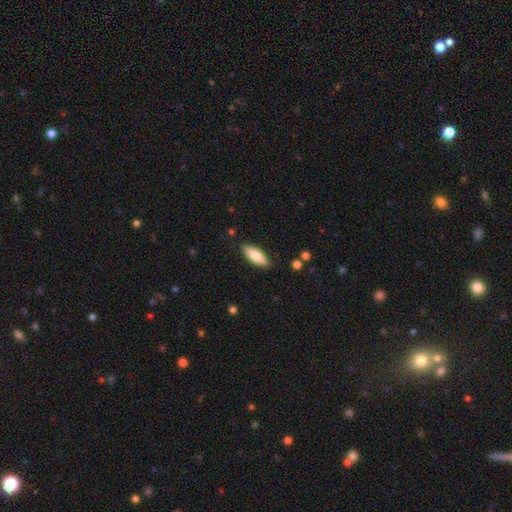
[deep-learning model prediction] Morphology: type=smooth (77%); roundness=in between (75%); merging=none (87%).